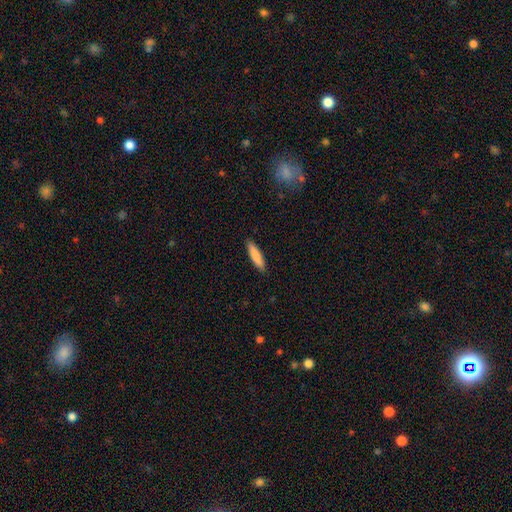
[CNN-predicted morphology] A smooth galaxy with no disk features (83%) that is cigar-shaped (81%).

Vote fractions:
- Smooth or featured? smooth: 83% / featured or disk: 11% / star or artifact: 6%
- How rounded? cigar-shaped: 81% / in between: 17% / round: 1%
- Merging? none: 90% / minor disturbance: 7% / major disturbance: 2% / merger: 1%